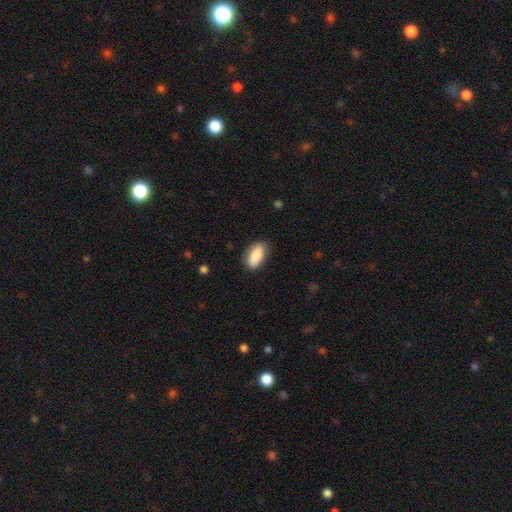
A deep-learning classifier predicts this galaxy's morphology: Q: Smooth or featured?
A: smooth (84%); runner-up: featured or disk (9%)
Q: How rounded?
A: in between (87%); runner-up: cigar-shaped (10%)
Q: Merging?
A: none (82%); runner-up: minor disturbance (14%)